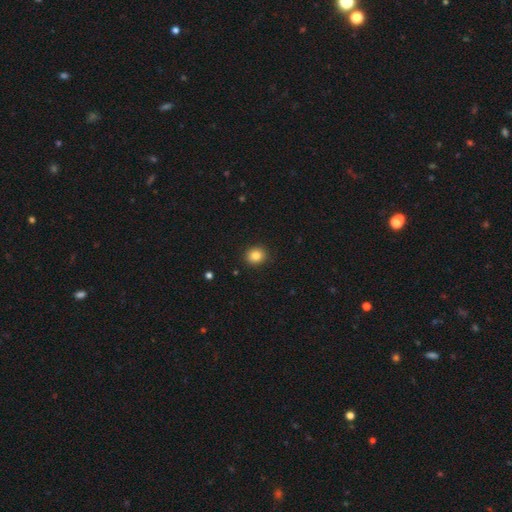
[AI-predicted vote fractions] The model was most divided on "how rounded": round: 78%, in between: 22%, cigar-shaped: 1%. More confident: merging — none (91%); smooth or featured — smooth (84%).